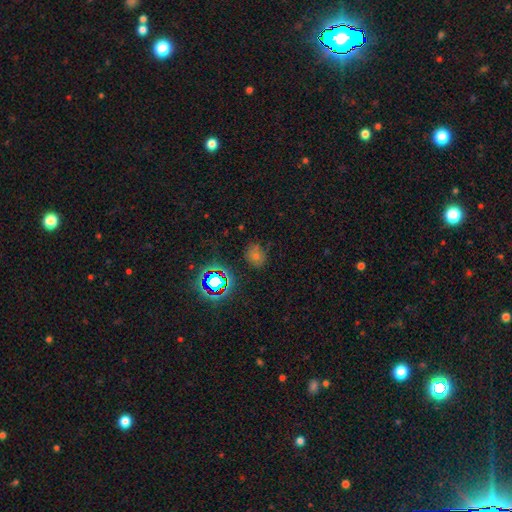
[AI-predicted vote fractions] Smooth or featured?
  - star or artifact: 49% *
  - smooth: 40%
  - featured or disk: 11%